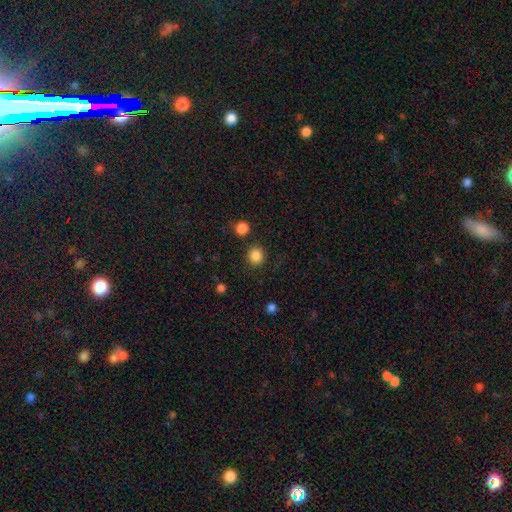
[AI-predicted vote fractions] This appears to be a smooth galaxy with no disk features (85%) that is round (84%). Merging: none (86%).